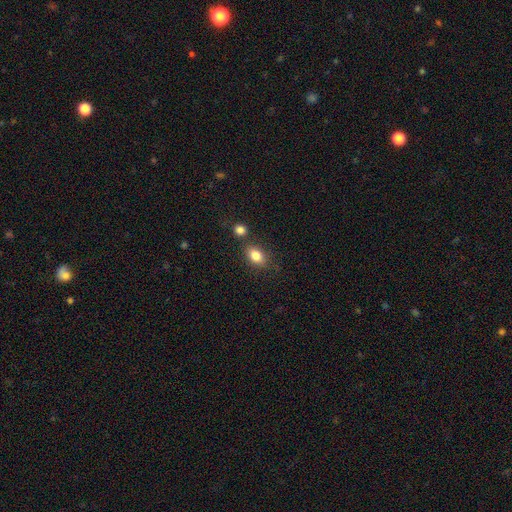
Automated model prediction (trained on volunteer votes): smooth 84%, star or artifact 9%, featured or disk 7%. Down the decision tree: how rounded — in between (80%); merging — none (73%).